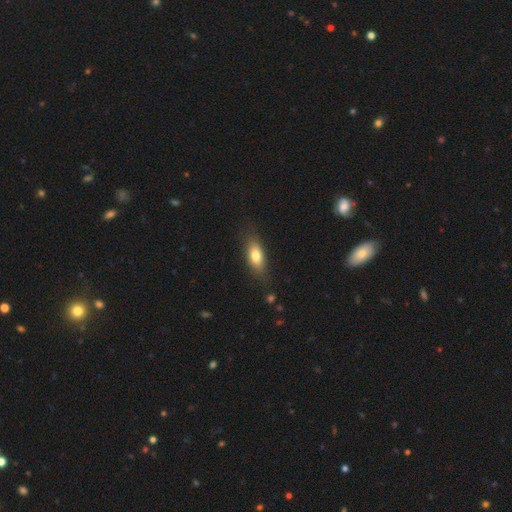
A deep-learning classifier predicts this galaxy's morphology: type=smooth (76%); roundness=in between (77%); merging=none (79%).